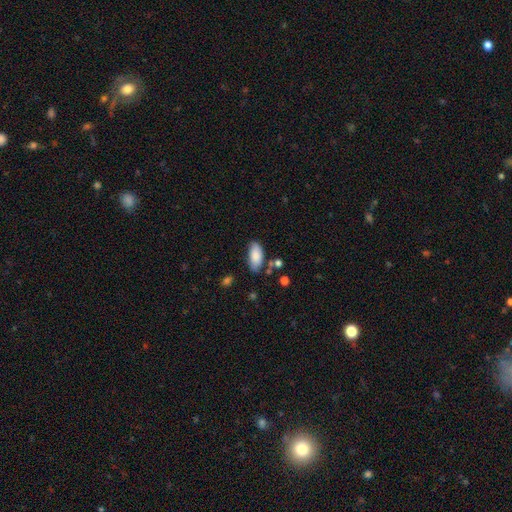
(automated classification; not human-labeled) Smooth or featured? Predicted: smooth (p=0.86). How rounded? Predicted: in between (p=0.91). Merging? Predicted: none (p=0.73).